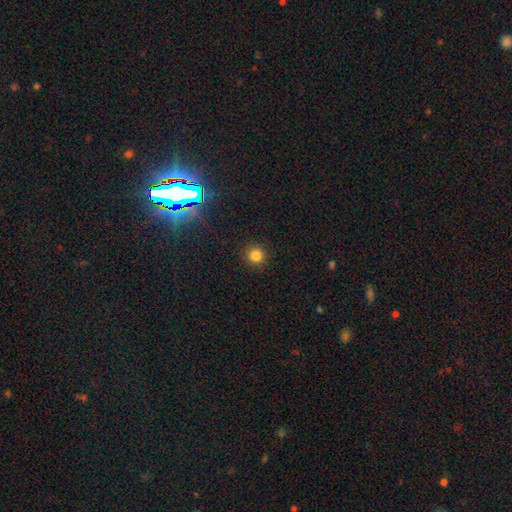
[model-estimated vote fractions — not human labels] smooth_or_featured: smooth (p=0.82) [alt: star or artifact p=0.14]
how_rounded: round (p=0.95) [alt: in between p=0.04]
merging: none (p=0.91) [alt: minor disturbance p=0.05]